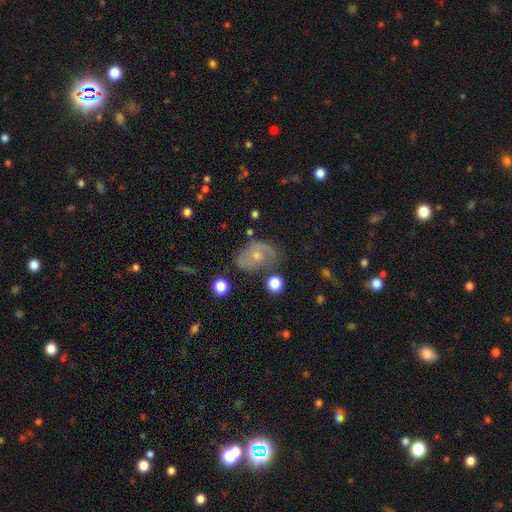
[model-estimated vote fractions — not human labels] Smooth or featured? featured or disk (68%)
Edge-on disk? no (96%)
Bar? no (70%)
Spiral arms? yes (85%)
Spiral winding? medium (42%)
Spiral arm count? 2 (65%)
Bulge size? small (55%)
Merging? none (64%)